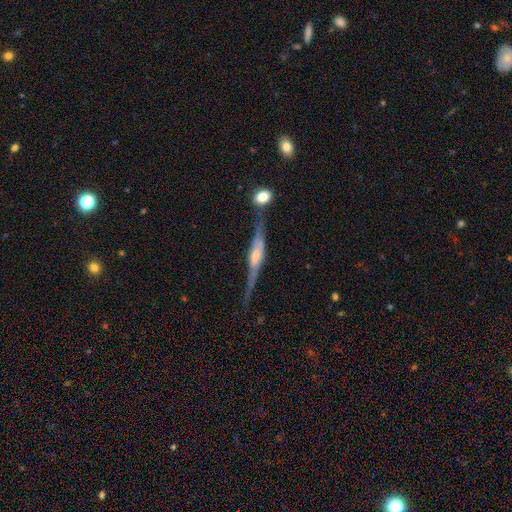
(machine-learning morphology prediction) smooth_or_featured: featured or disk (p=0.78) [alt: smooth p=0.15]
disk_edge_on: yes (p=0.93) [alt: no p=0.07]
edge_on_bulge: rounded (p=0.65) [alt: boxy p=0.24]
merging: none (p=0.65) [alt: minor disturbance p=0.19]